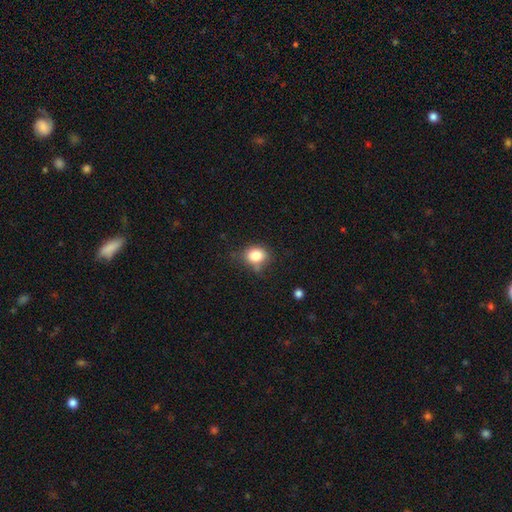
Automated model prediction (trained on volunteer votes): A smooth galaxy with no disk features (82%) that is round (58%).

Vote fractions:
- Smooth or featured? smooth: 82% / star or artifact: 10% / featured or disk: 7%
- How rounded? round: 58% / in between: 41% / cigar-shaped: 1%
- Merging? none: 66% / minor disturbance: 22% / major disturbance: 6% / merger: 6%